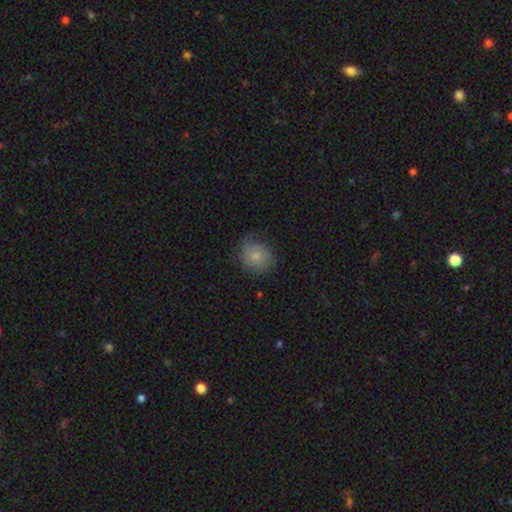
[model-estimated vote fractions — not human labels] This is likely a smooth galaxy (69%). How rounded: likely round (73%). Merging: possibly none (59%).